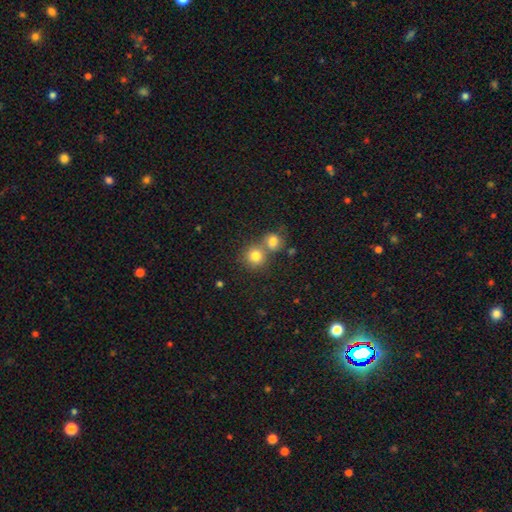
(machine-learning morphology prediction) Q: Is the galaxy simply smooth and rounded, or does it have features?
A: smooth — 81%.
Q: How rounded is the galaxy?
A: round — 87%.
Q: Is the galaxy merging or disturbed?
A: none — 47%.